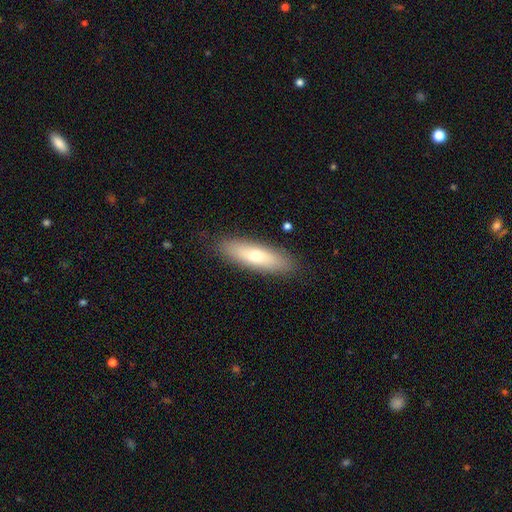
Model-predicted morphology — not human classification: Smooth or featured? smooth (63%)
How rounded? cigar-shaped (54%)
Merging? none (87%)